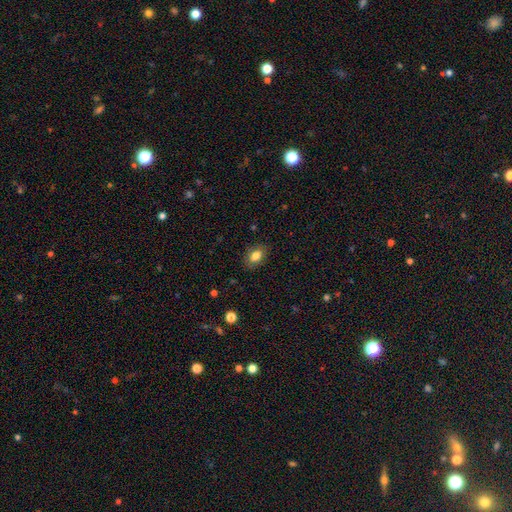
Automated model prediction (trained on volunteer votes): Smooth or featured?
  - smooth: 80% *
  - featured or disk: 11%
  - star or artifact: 9%
How rounded?
  - in between: 82% *
  - round: 16%
  - cigar-shaped: 2%
Merging?
  - none: 85% *
  - minor disturbance: 11%
  - major disturbance: 3%
  - merger: 1%